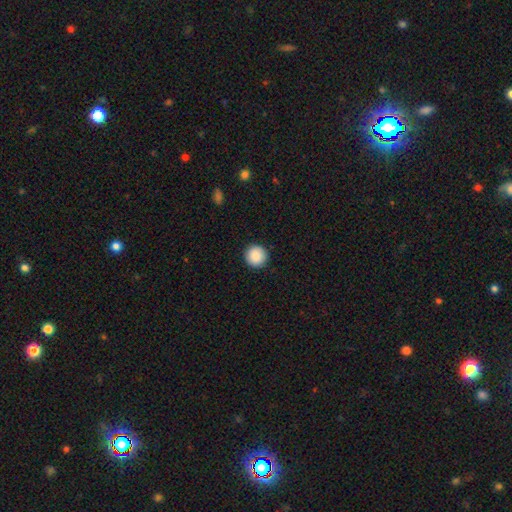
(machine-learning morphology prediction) This is clearly a smooth galaxy (89%). How rounded: clearly round (96%). Merging: clearly none (93%).